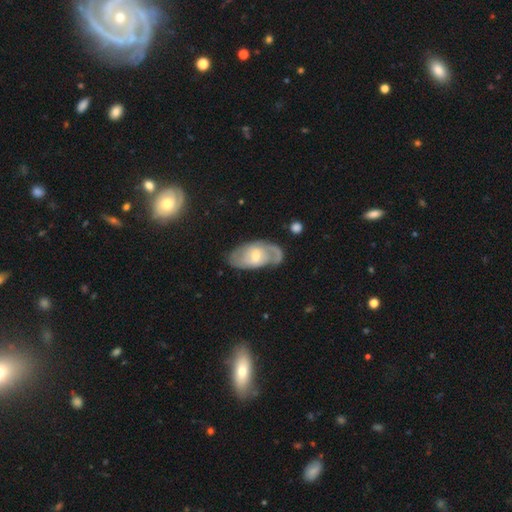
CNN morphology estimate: Overall: featured or disk (76%). Edge-on disk: no (94%). Bar: weak (47%; no 43%). Spiral arms: yes (87%). Spiral arm count: 2 (56%; can't tell 23%). Spiral winding: tight (43%; medium 40%). Bulge size: moderate (55%; small 38%). Merging: none (64%).